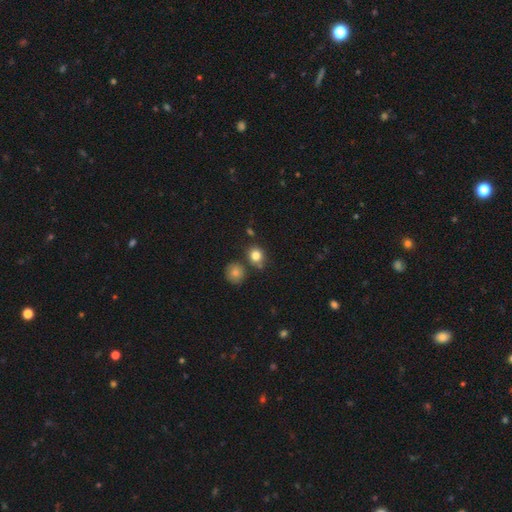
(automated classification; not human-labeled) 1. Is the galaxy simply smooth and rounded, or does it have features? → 82% smooth, 12% star or artifact, 7% featured or disk.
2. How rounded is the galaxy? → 76% round, 23% in between, 1% cigar-shaped.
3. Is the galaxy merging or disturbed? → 70% none, 15% merger, 12% minor disturbance, 3% major disturbance.